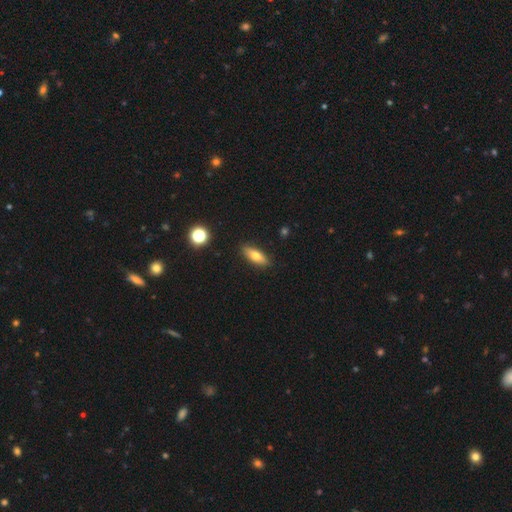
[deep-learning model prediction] Q: Smooth or featured?
A: smooth (67%); runner-up: featured or disk (25%)
Q: How rounded?
A: in between (63%); runner-up: cigar-shaped (33%)
Q: Merging?
A: none (89%); runner-up: minor disturbance (8%)